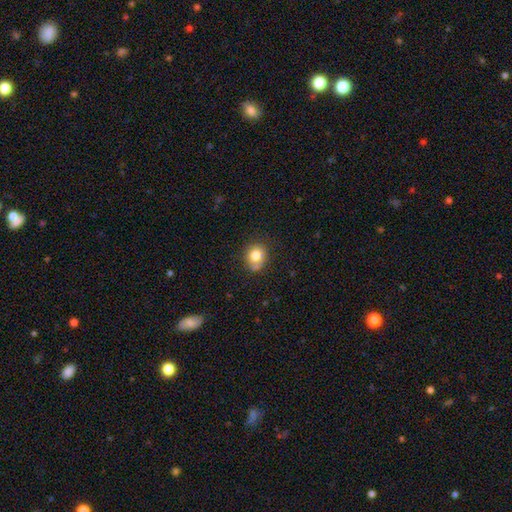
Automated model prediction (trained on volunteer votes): The model was most divided on "merging": none: 63%, minor disturbance: 24%, merger: 7%, major disturbance: 6%. More confident: smooth or featured — smooth (78%); how rounded — round (71%).